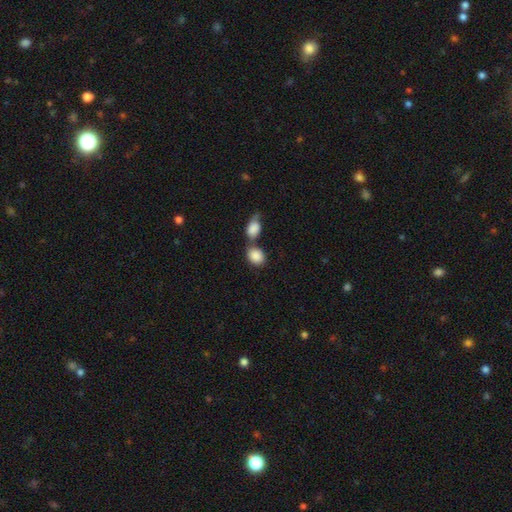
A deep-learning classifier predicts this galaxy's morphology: The model was most divided on "merging": merger: 50%, none: 35%, minor disturbance: 10%, major disturbance: 5%. More confident: smooth or featured — smooth (87%); how rounded — in between (59%).